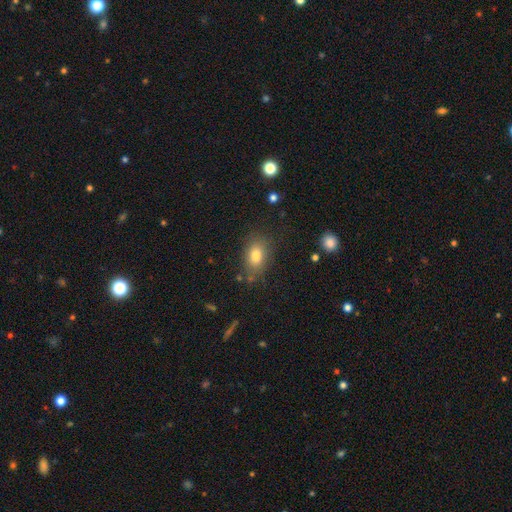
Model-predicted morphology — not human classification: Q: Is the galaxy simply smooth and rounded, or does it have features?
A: smooth — 79%.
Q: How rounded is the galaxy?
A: in between — 82%.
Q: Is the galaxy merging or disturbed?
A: none — 77%.